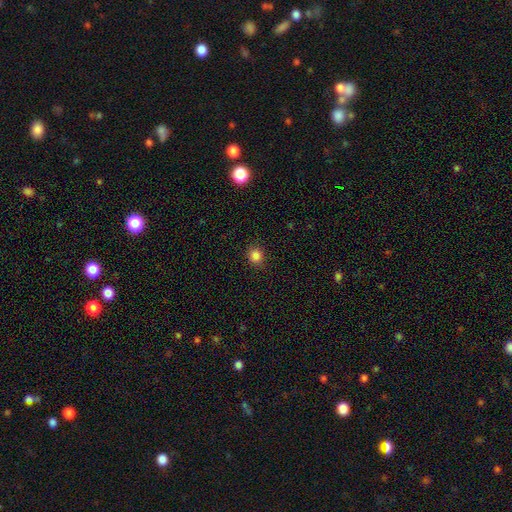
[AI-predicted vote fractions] Smooth or featured?
  - smooth: 83% *
  - star or artifact: 12%
  - featured or disk: 4%
How rounded?
  - round: 84% *
  - in between: 15%
  - cigar-shaped: 1%
Merging?
  - none: 88% *
  - minor disturbance: 8%
  - major disturbance: 2%
  - merger: 1%